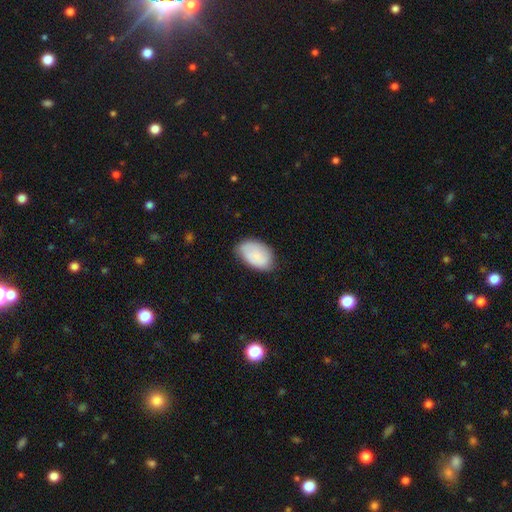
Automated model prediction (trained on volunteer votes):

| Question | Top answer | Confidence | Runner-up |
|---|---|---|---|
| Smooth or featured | smooth | 86% | featured or disk (8%) |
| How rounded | in between | 92% | round (6%) |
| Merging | none | 62% | minor disturbance (31%) |